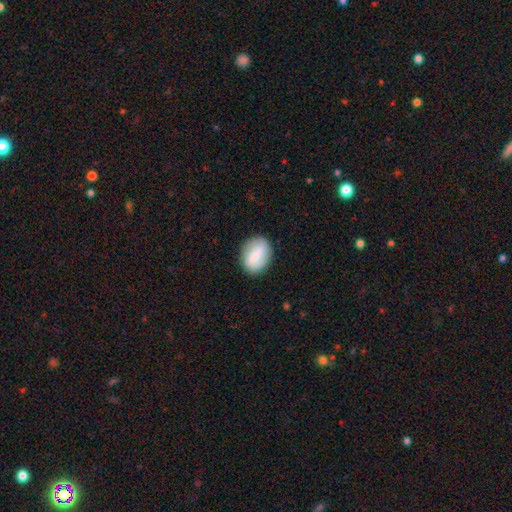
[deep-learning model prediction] A smooth galaxy with no disk features (65%) that is in between round and cigar-shaped (71%). Merging: none (82%).